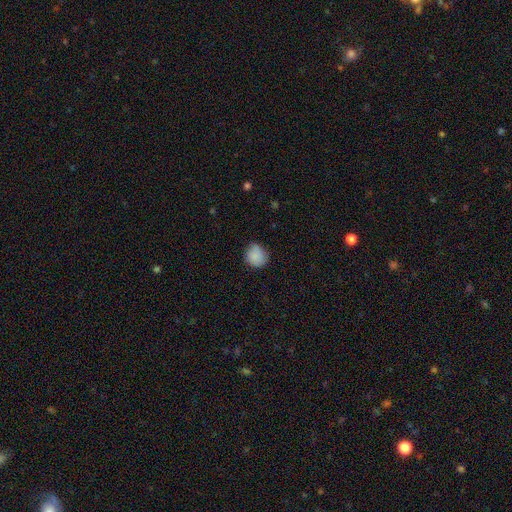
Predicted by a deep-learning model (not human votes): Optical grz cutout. It shows a smooth galaxy with no disk features (83%) that is round (84%). Merging: none (67%).